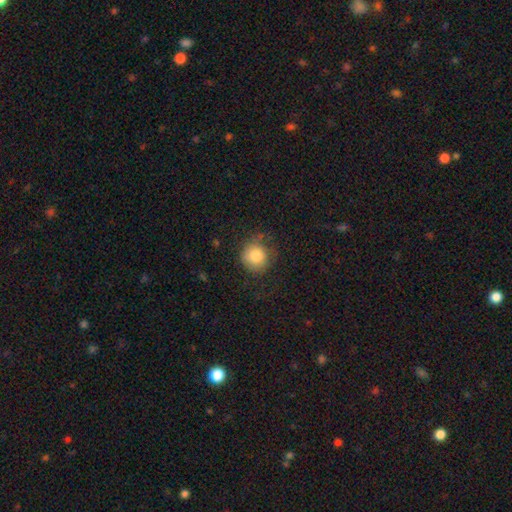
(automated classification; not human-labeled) This appears to be a smooth galaxy with no disk features (81%) that is round (90%). Merging: none (65%).